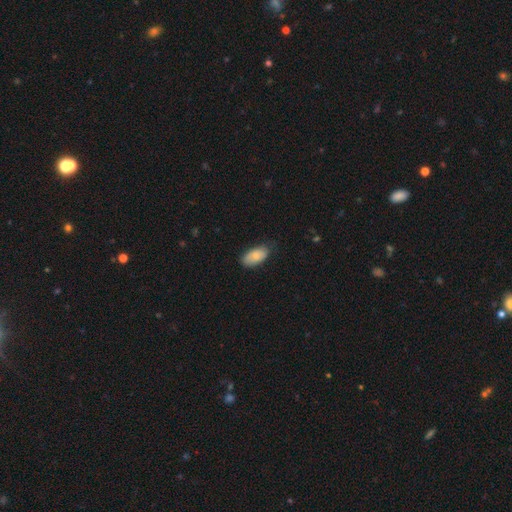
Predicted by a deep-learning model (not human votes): Morphology: type=smooth (80%); roundness=in between (94%); merging=none (72%).